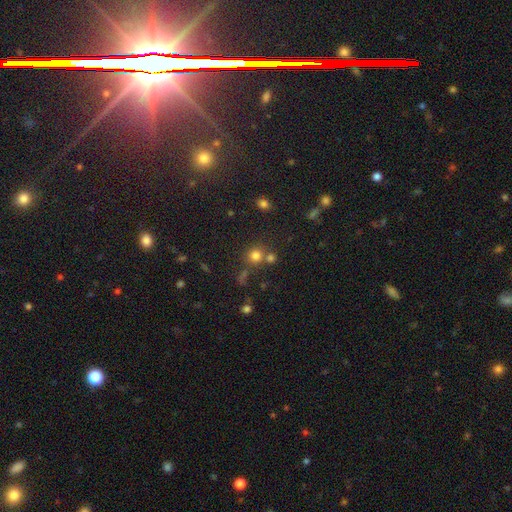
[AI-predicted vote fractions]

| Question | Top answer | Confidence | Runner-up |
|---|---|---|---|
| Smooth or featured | smooth | 74% | star or artifact (18%) |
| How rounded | round | 90% | in between (9%) |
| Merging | none | 65% | merger (22%) |